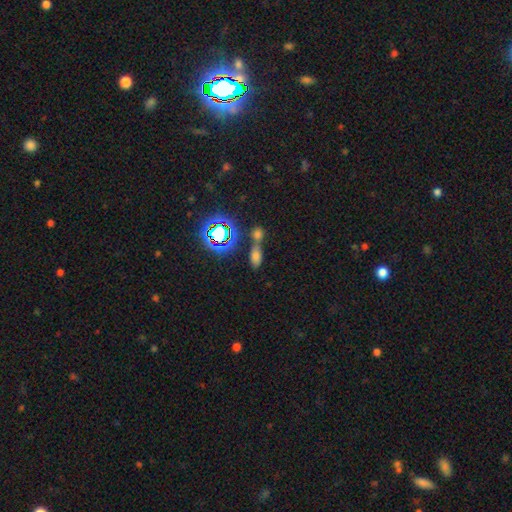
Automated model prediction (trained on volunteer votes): Q: Smooth or featured?
A: smooth (60%); runner-up: star or artifact (29%)
Q: How rounded?
A: in between (76%); runner-up: cigar-shaped (13%)
Q: Merging?
A: merger (45%); runner-up: none (39%)